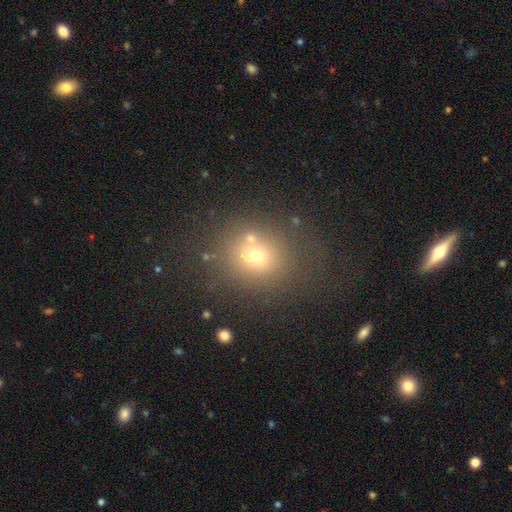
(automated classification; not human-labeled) This appears to be a smooth galaxy with no disk features (63%) that is round (70%). Merging: none (68%).